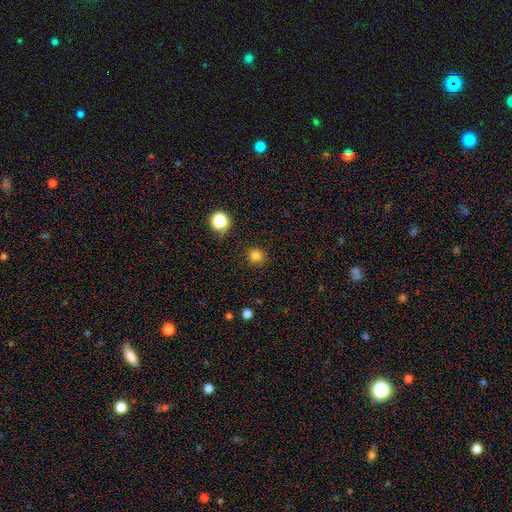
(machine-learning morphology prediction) Smooth or featured?
  - smooth: 81% *
  - star or artifact: 15%
  - featured or disk: 4%
How rounded?
  - round: 93% *
  - in between: 6%
  - cigar-shaped: 1%
Merging?
  - none: 89% *
  - minor disturbance: 7%
  - major disturbance: 2%
  - merger: 1%